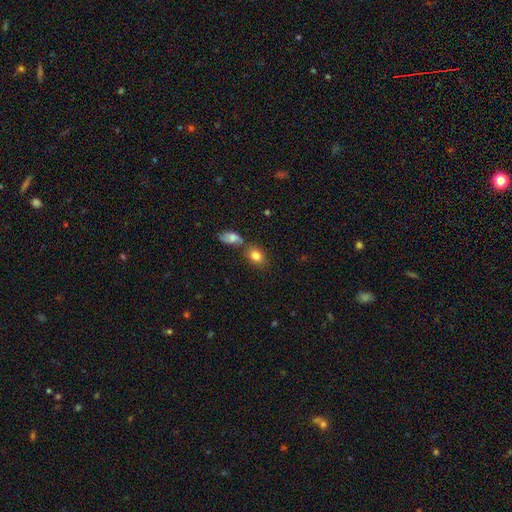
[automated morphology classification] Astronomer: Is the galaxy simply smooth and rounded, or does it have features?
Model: smooth — 82%.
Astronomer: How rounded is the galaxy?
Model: in between — 71%.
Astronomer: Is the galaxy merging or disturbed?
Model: none — 61%.